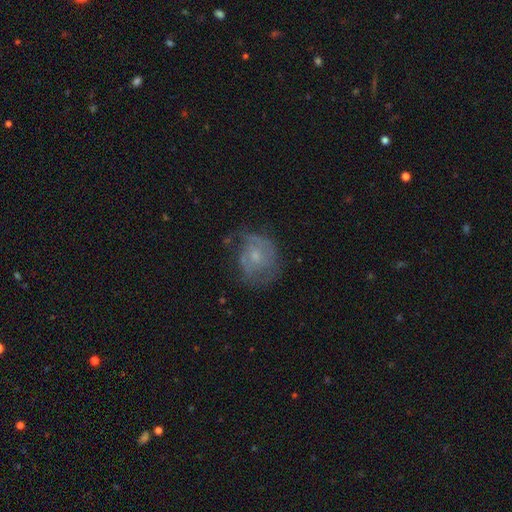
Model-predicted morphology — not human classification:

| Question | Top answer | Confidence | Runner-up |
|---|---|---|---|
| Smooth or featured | featured or disk | 57% | smooth (33%) |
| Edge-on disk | no | 97% | yes (3%) |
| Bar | no | 73% | weak (24%) |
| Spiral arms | yes | 66% | no (34%) |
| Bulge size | small | 61% | moderate (29%) |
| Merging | none | 53% | minor disturbance (26%) |